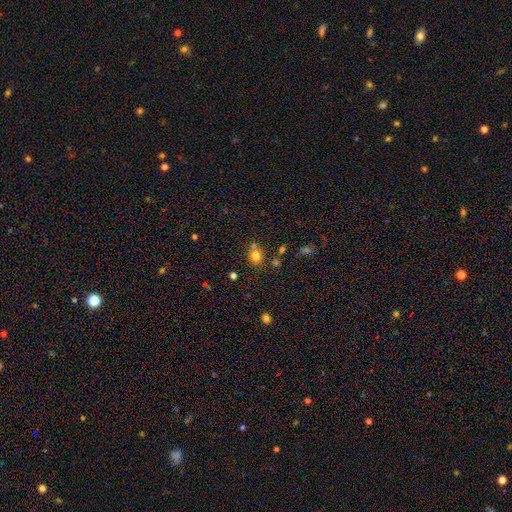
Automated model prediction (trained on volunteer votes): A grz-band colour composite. It shows a smooth galaxy with no disk features (77%) that is round (60%). Merging: none (65%).